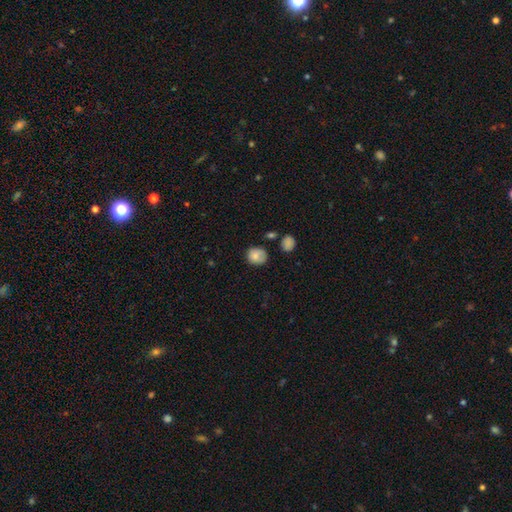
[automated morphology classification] The model was most divided on "merging": none: 68%, minor disturbance: 23%, major disturbance: 5%, merger: 4%. More confident: smooth or featured — smooth (81%); how rounded — round (74%).